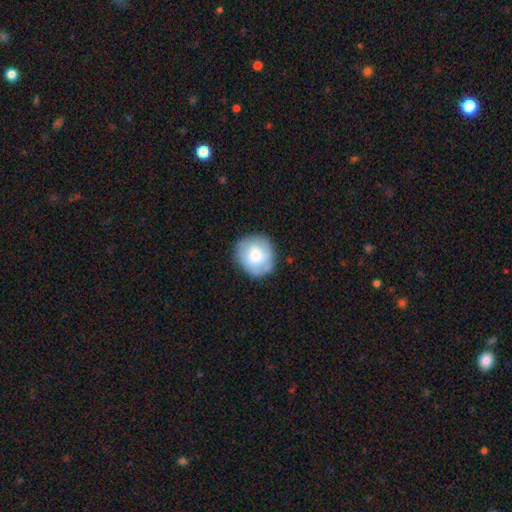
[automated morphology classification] smooth 62%, featured or disk 31%, star or artifact 7%. Down the decision tree: how rounded — round (79%); merging — none (77%).